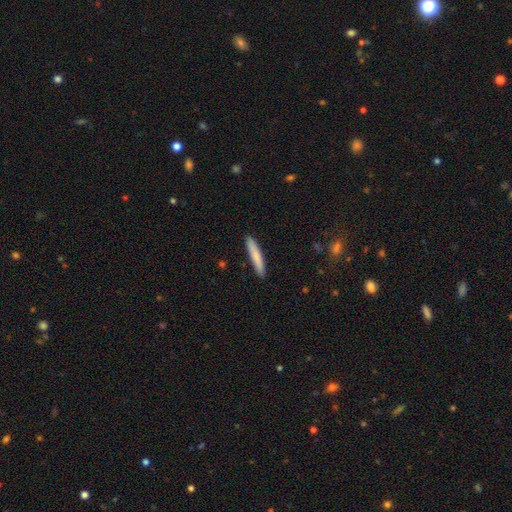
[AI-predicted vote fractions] Overall: smooth (80%). How rounded: cigar-shaped (94%). Merging: none (89%).